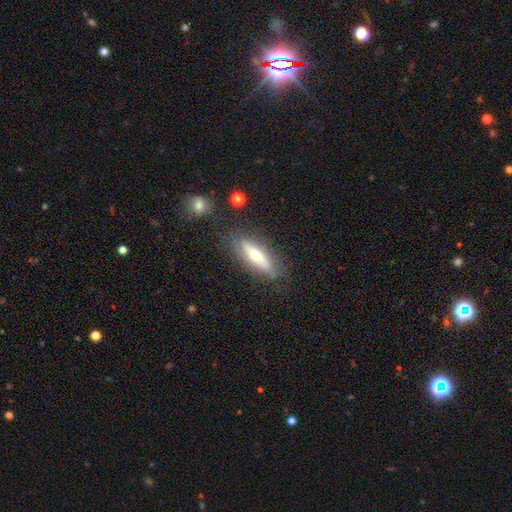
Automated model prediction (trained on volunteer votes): Q: Smooth or featured?
A: featured or disk (49%); runner-up: smooth (45%)
Q: Merging?
A: none (76%); runner-up: minor disturbance (16%)